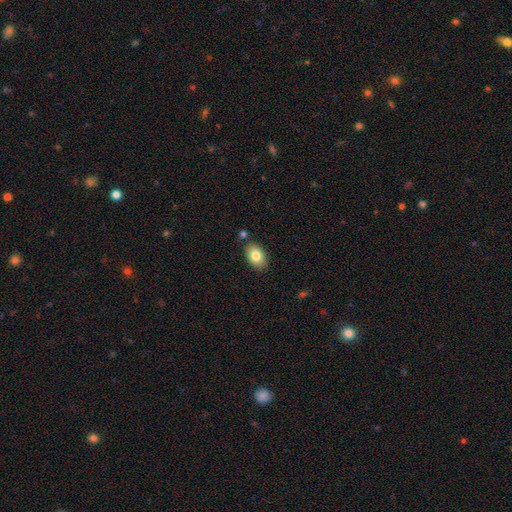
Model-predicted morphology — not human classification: Smooth or featured: smooth — 82% (featured or disk — 11%)
How rounded: in between — 89% (round — 9%)
Merging: none — 81% (minor disturbance — 11%)